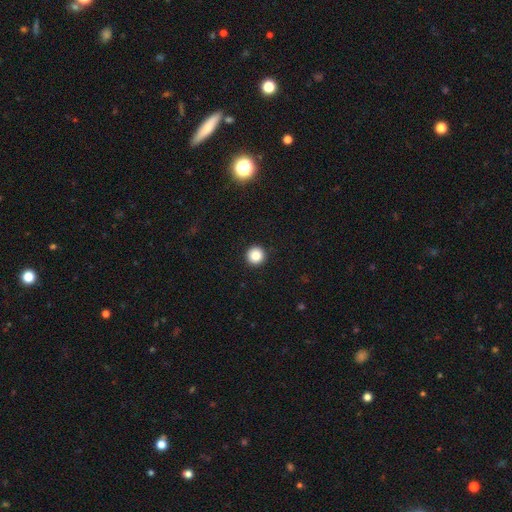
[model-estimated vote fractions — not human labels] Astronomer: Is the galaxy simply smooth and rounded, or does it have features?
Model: smooth — 85%.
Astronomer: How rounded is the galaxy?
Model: round — 96%.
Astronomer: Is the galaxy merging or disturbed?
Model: none — 94%.